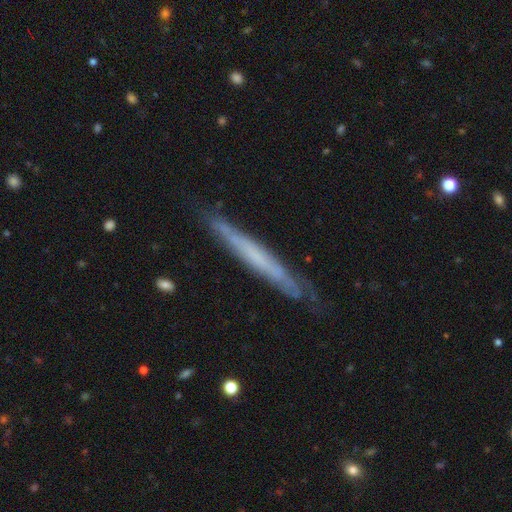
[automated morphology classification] Overall: featured or disk (57%; smooth 37%). Edge-on disk: yes (90%). Edge-on bulge: none (83%). Merging: none (80%).